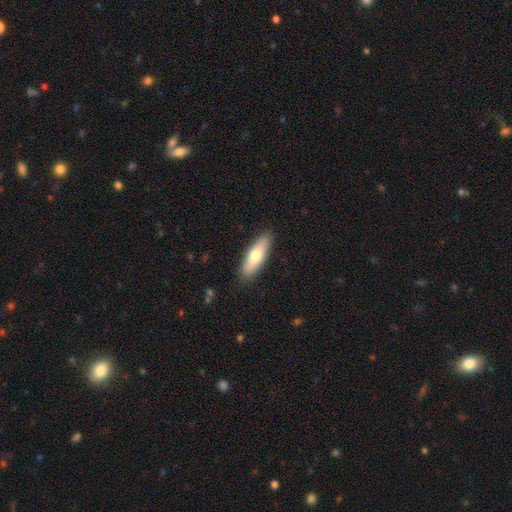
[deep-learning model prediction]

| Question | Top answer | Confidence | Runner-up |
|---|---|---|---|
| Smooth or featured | smooth | 67% | featured or disk (27%) |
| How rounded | cigar-shaped | 55% | in between (43%) |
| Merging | none | 88% | minor disturbance (9%) |